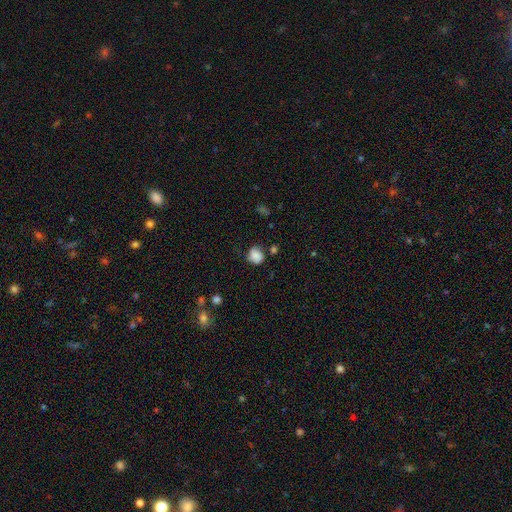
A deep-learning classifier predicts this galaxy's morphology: A smooth galaxy with no disk features (77%) that is round (70%). Merging: none (59%).